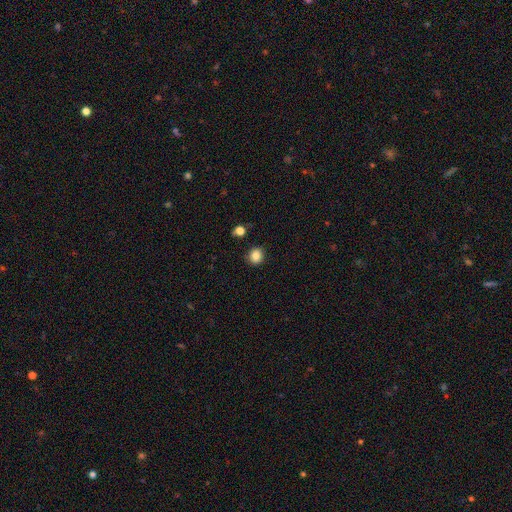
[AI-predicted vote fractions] Smooth or featured?
  - smooth: 85% *
  - star or artifact: 10%
  - featured or disk: 5%
How rounded?
  - round: 83% *
  - in between: 16%
  - cigar-shaped: 1%
Merging?
  - none: 87% *
  - minor disturbance: 8%
  - merger: 2%
  - major disturbance: 2%